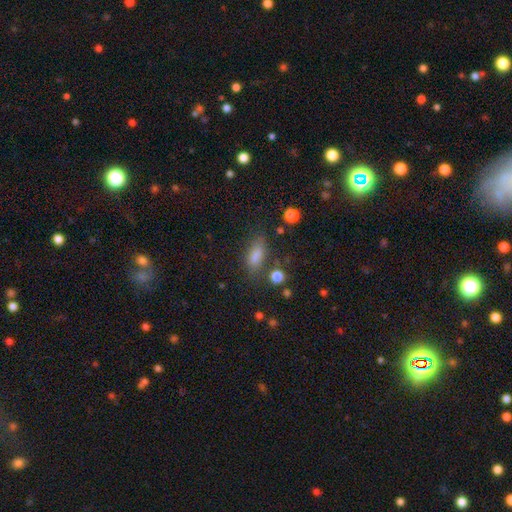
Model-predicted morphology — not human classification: Smooth or featured? Predicted: smooth (p=0.73). How rounded? Predicted: in between (p=0.70). Merging? Predicted: none (p=0.73).